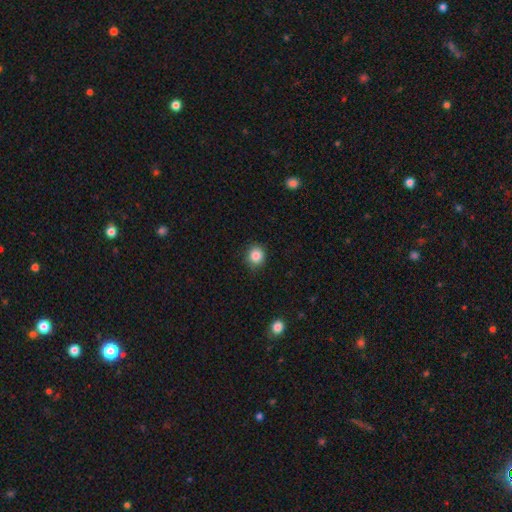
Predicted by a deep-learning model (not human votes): A smooth galaxy with no disk features (86%) that is round (83%).

Vote fractions:
- Smooth or featured? smooth: 86% / star or artifact: 10% / featured or disk: 4%
- How rounded? round: 83% / in between: 16% / cigar-shaped: 1%
- Merging? none: 88% / minor disturbance: 9% / major disturbance: 2% / merger: 1%